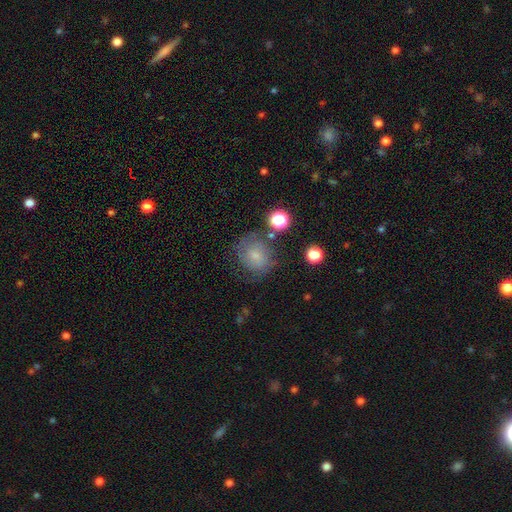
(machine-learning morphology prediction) Smooth or featured: smooth — 62% (featured or disk — 24%)
How rounded: round — 76% (in between — 23%)
Merging: none — 64% (minor disturbance — 21%)